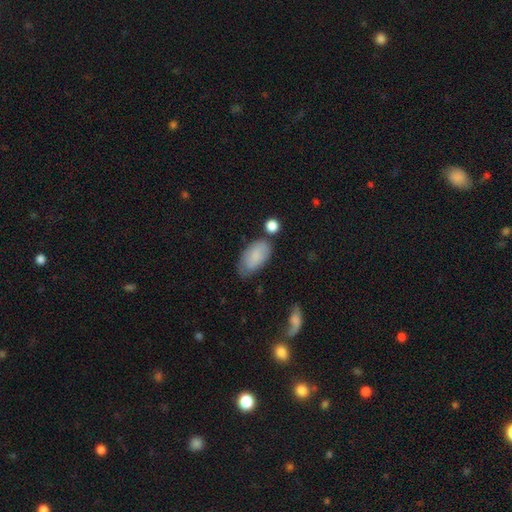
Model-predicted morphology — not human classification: Overall: smooth (78%). How rounded: in between (94%). Merging: none (56%; minor disturbance 29%).